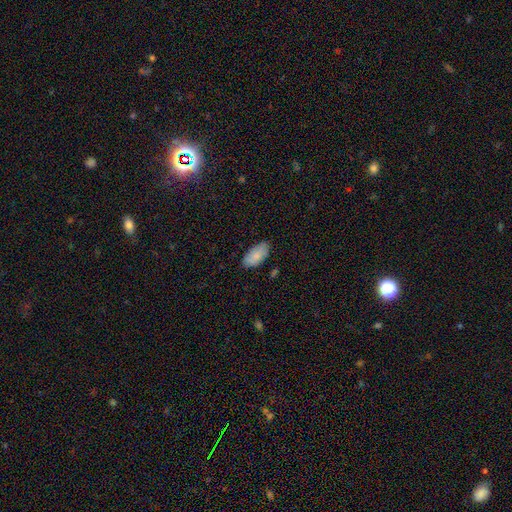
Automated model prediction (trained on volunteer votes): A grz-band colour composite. It shows a smooth galaxy with no disk features (84%) that is in between round and cigar-shaped (94%). Merging: none (79%).